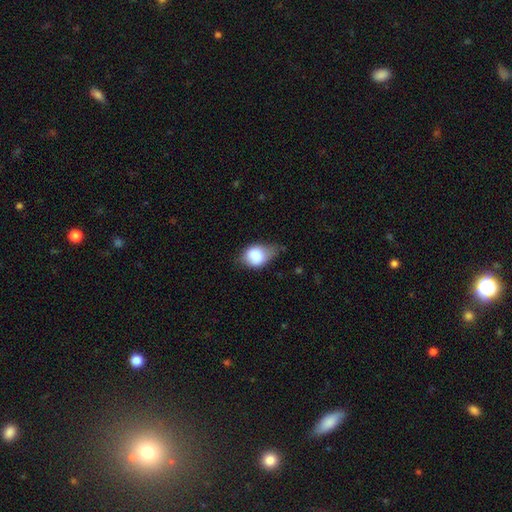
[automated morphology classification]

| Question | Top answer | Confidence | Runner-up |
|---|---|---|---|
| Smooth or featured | smooth | 80% | featured or disk (12%) |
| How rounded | in between | 58% | round (40%) |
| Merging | minor disturbance | 48% | none (27%) |